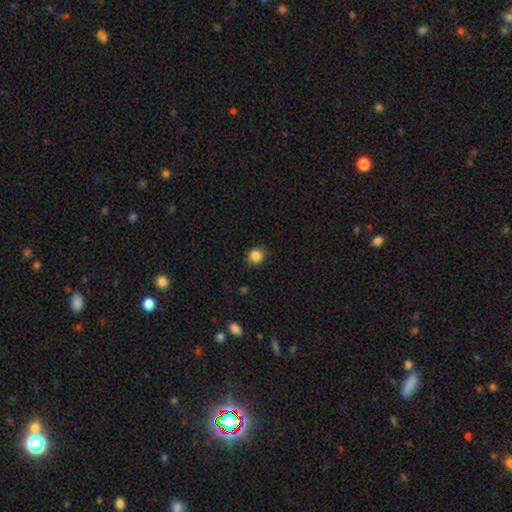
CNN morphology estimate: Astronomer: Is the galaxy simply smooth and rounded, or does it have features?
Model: smooth — 86%.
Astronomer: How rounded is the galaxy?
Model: round — 83%.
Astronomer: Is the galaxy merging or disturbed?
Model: none — 88%.